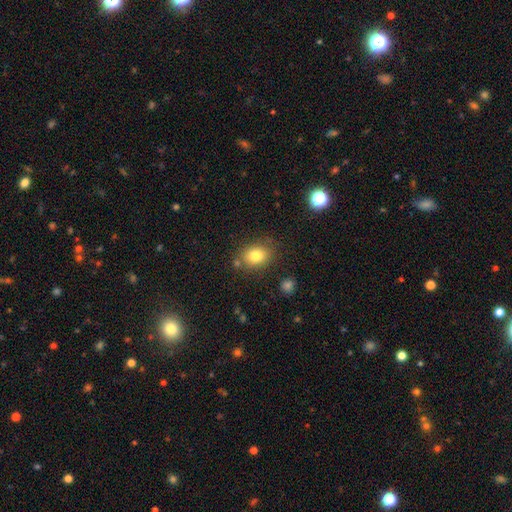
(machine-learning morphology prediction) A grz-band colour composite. It shows a smooth galaxy with no disk features (80%) that is in between round and cigar-shaped (59%). Merging: none (77%).